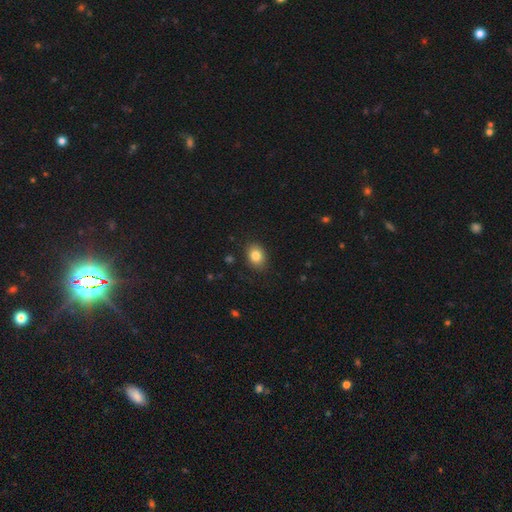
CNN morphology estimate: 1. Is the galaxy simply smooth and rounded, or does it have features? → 83% smooth, 9% star or artifact, 8% featured or disk.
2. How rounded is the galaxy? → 60% in between, 39% round, 1% cigar-shaped.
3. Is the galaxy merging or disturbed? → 87% none, 9% minor disturbance, 2% major disturbance, 1% merger.